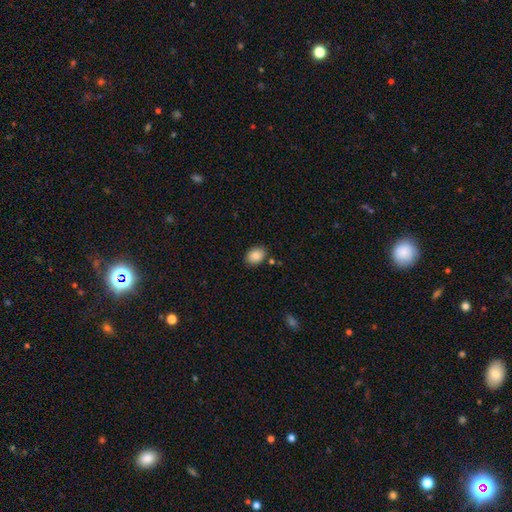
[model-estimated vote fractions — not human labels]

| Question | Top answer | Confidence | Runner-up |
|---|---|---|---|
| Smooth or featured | smooth | 87% | star or artifact (8%) |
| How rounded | in between | 71% | round (28%) |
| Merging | none | 83% | minor disturbance (11%) |